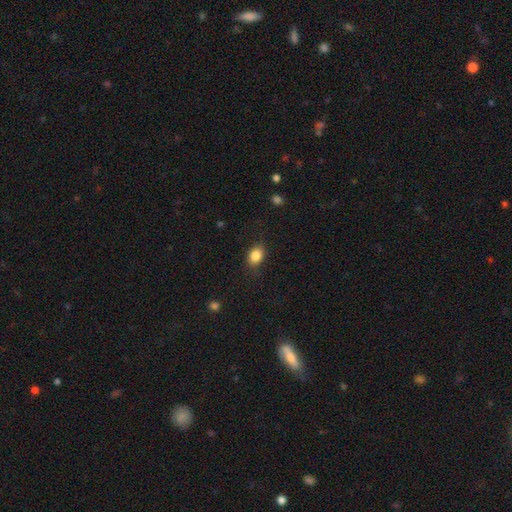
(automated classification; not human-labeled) A smooth galaxy with no disk features (85%) that is in between round and cigar-shaped (66%). Merging: none (81%).